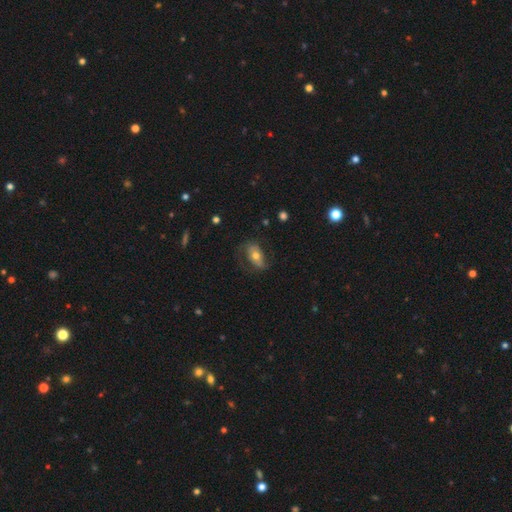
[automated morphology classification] The model was most divided on "smooth or featured": smooth: 48%, featured or disk: 45%, star or artifact: 8%. More confident: merging — none (58%).